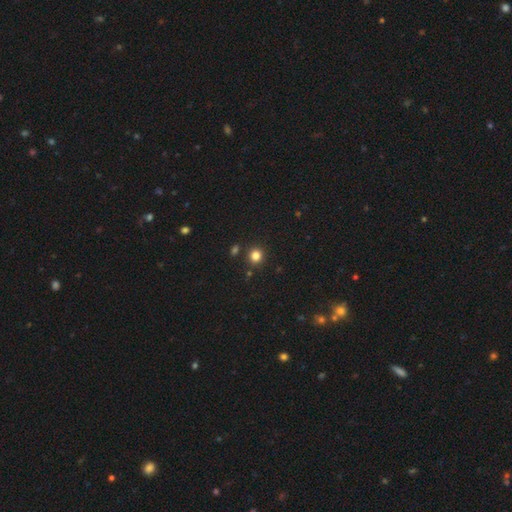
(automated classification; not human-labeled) This is clearly a smooth galaxy (82%). How rounded: clearly round (89%). Merging: clearly none (88%).